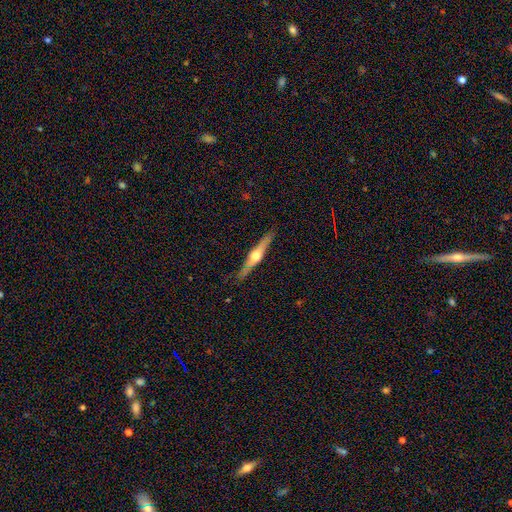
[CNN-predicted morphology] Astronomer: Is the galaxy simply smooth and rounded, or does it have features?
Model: featured or disk — 71%.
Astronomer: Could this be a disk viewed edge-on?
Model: yes — 97%.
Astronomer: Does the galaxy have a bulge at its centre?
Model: rounded — 94%.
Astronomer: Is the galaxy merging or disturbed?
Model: none — 88%.